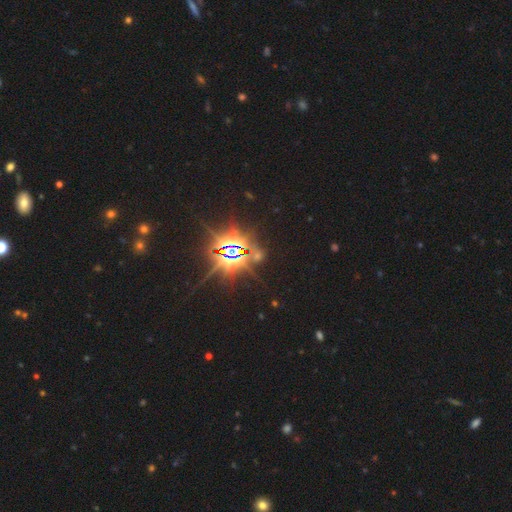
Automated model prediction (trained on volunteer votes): This appears to be a star or artifact, not a galaxy (84%).